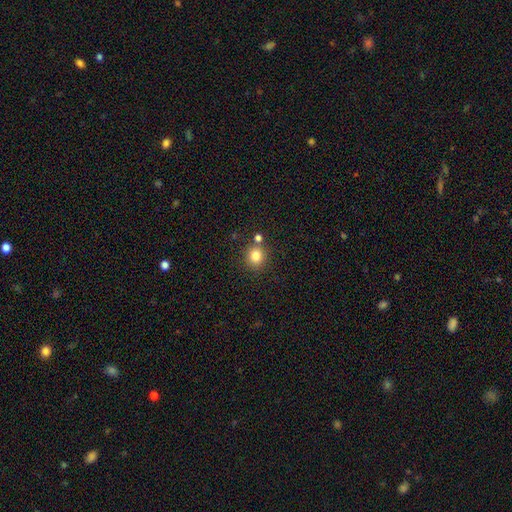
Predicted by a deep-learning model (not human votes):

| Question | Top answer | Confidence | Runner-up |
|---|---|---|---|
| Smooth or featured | smooth | 82% | star or artifact (12%) |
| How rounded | round | 86% | in between (13%) |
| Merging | none | 76% | merger (12%) |